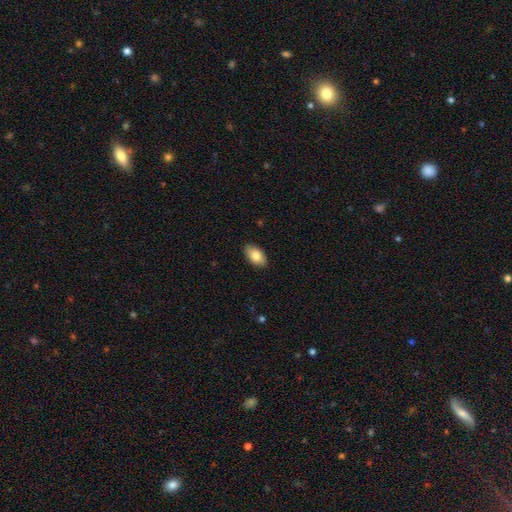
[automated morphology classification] Q: Smooth or featured?
A: smooth (82%); runner-up: featured or disk (11%)
Q: How rounded?
A: in between (93%); runner-up: round (5%)
Q: Merging?
A: none (89%); runner-up: minor disturbance (9%)